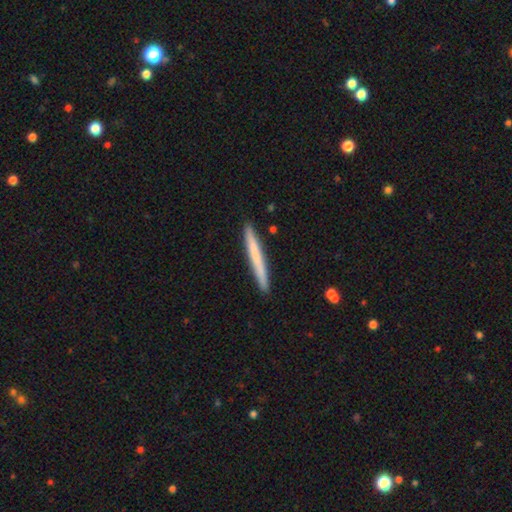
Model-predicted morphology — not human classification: Q: Smooth or featured?
A: smooth (63%); runner-up: featured or disk (32%)
Q: How rounded?
A: cigar-shaped (97%); runner-up: in between (2%)
Q: Merging?
A: none (91%); runner-up: minor disturbance (6%)